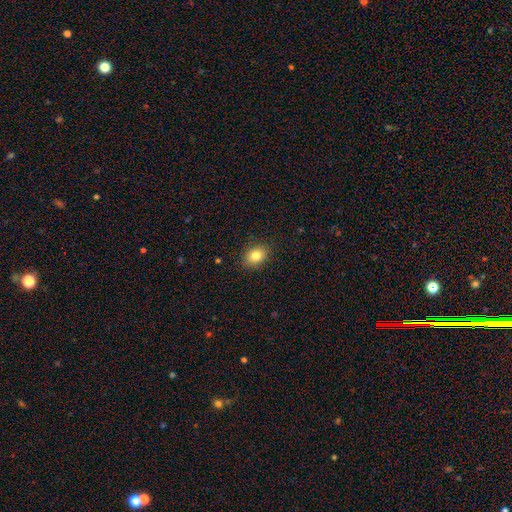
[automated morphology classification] A smooth galaxy with no disk features (83%) that is in between round and cigar-shaped (65%). Merging: none (87%).